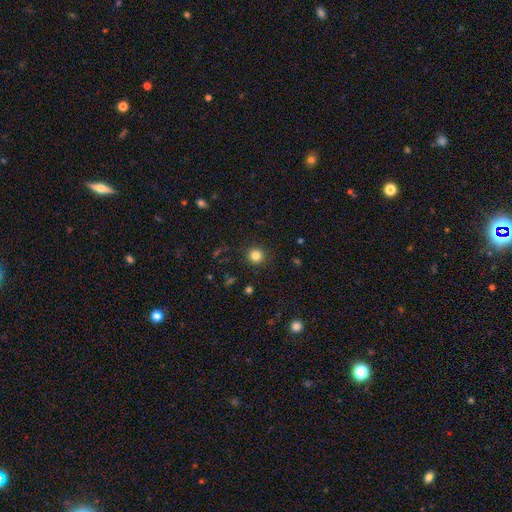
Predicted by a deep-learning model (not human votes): A smooth galaxy with no disk features (83%) that is round (94%). Merging: none (91%).